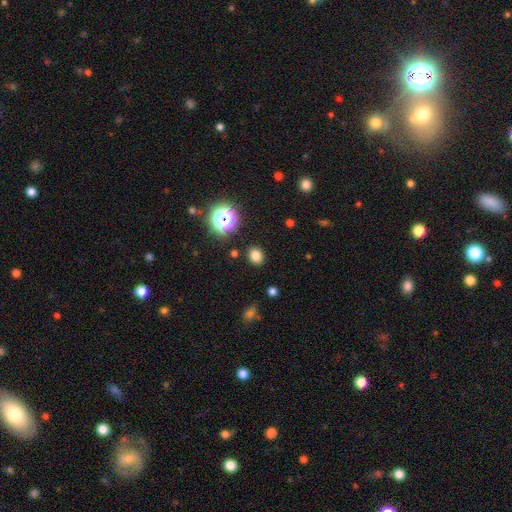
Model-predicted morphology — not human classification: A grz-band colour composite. It shows a smooth galaxy with no disk features (77%) that is round (53%). Merging: none (88%).